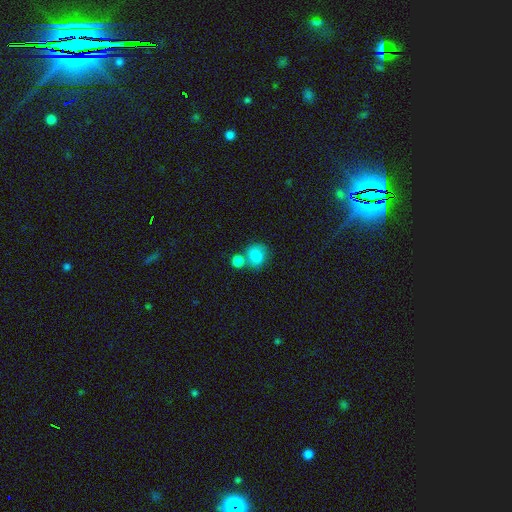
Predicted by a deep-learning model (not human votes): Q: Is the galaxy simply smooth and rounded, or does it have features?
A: smooth — 82%.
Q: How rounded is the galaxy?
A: round — 69%.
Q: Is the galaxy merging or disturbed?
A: none — 43%.